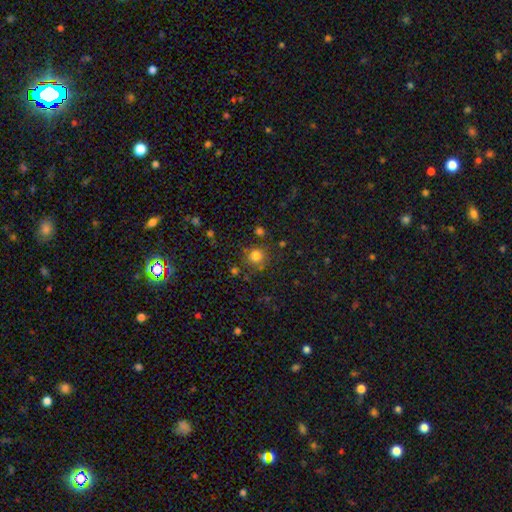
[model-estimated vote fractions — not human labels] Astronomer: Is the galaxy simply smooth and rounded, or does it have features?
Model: smooth — 78%.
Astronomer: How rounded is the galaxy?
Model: round — 89%.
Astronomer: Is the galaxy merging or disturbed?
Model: none — 76%.